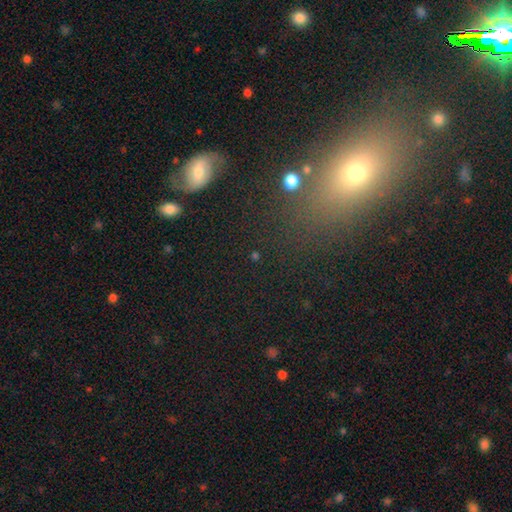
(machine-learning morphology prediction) Q: Smooth or featured?
A: smooth (44%); runner-up: star or artifact (38%)
Q: Merging?
A: none (74%); runner-up: minor disturbance (12%)